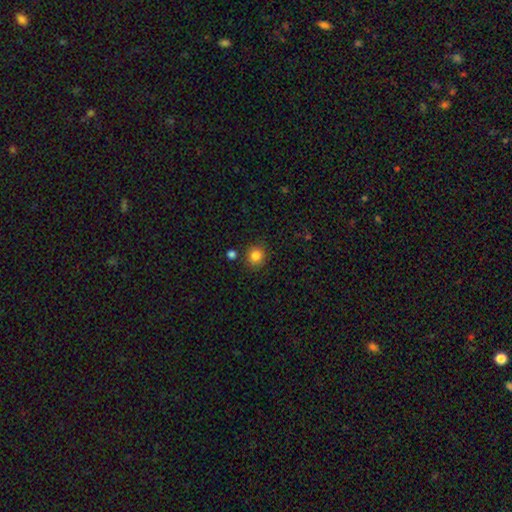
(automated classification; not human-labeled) This appears to be a smooth galaxy with no disk features (85%) that is round (84%). Merging: none (84%).